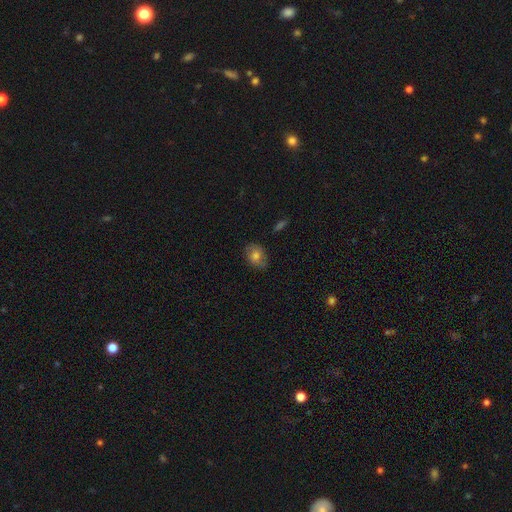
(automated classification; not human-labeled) A smooth galaxy with no disk features (73%) that is in between round and cigar-shaped (62%).

Vote fractions:
- Smooth or featured? smooth: 73% / featured or disk: 18% / star or artifact: 10%
- How rounded? in between: 62% / round: 37% / cigar-shaped: 1%
- Merging? none: 76% / minor disturbance: 18% / major disturbance: 4% / merger: 1%